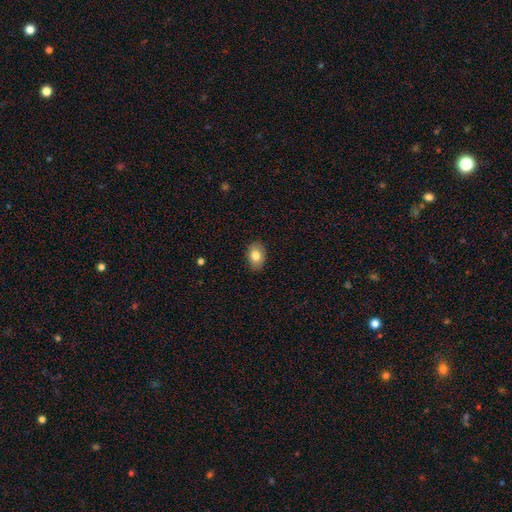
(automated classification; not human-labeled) Smooth or featured? Predicted: smooth (p=0.80). How rounded? Predicted: in between (p=0.82). Merging? Predicted: none (p=0.86).